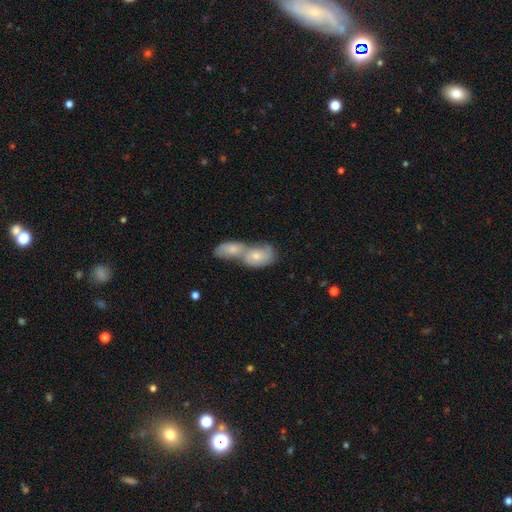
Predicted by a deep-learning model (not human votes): This is possibly a smooth galaxy (46%). Merging: likely merger (75%).